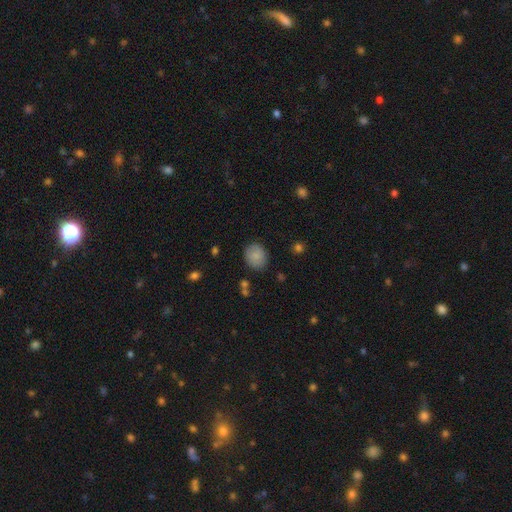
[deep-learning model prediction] Smooth or featured?
  - smooth: 86% *
  - star or artifact: 8%
  - featured or disk: 6%
How rounded?
  - round: 62% *
  - in between: 37%
  - cigar-shaped: 1%
Merging?
  - none: 84% *
  - minor disturbance: 11%
  - major disturbance: 3%
  - merger: 2%